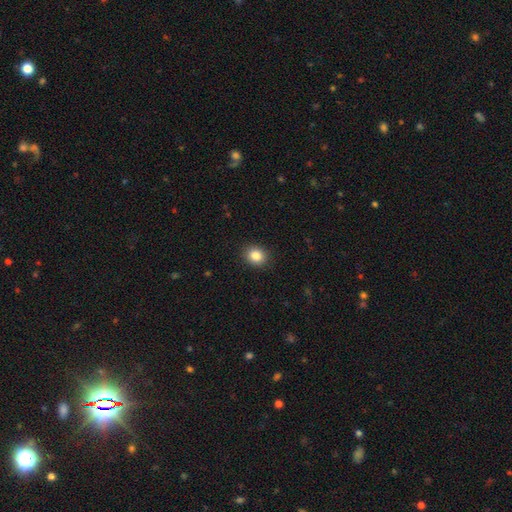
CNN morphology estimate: smooth 84%, star or artifact 10%, featured or disk 6%. Down the decision tree: how rounded — round (64%); merging — none (91%).